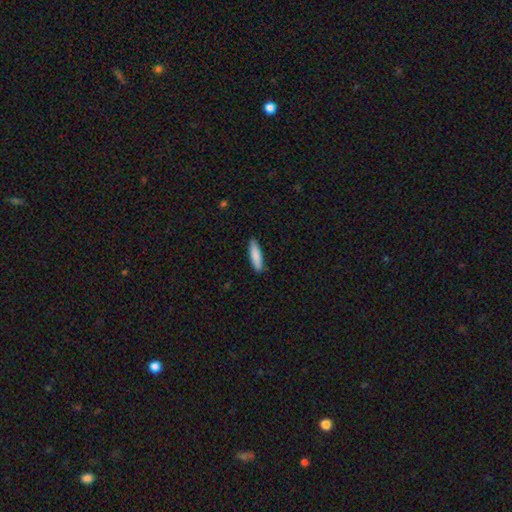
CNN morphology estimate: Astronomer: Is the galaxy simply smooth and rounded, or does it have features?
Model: smooth — 86%.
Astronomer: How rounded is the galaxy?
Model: cigar-shaped — 73%.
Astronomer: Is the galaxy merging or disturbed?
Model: none — 89%.